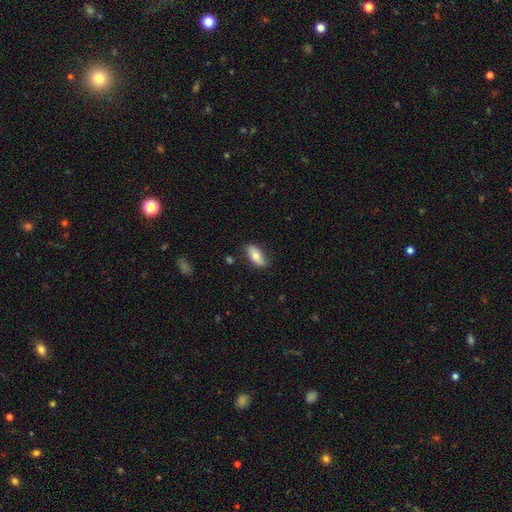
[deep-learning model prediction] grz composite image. It shows a smooth galaxy with no disk features (75%) that is in between round and cigar-shaped (88%). Merging: none (76%).